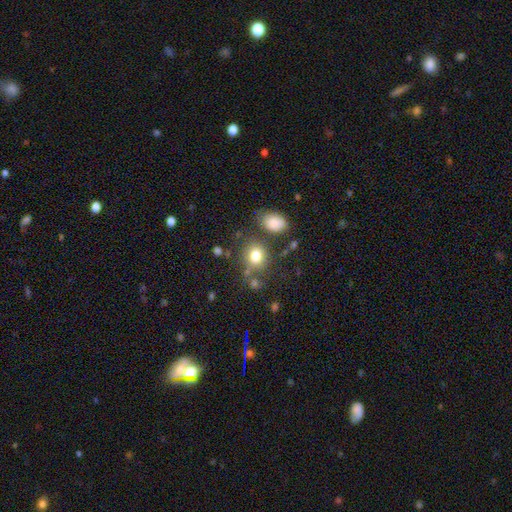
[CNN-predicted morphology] smooth-or-featured: smooth: 79% | star or artifact: 11% | featured or disk: 9%
  how-rounded: round: 70% | in between: 29% | cigar-shaped: 1%
  merging: none: 69% | minor disturbance: 14% | merger: 11% | major disturbance: 6%